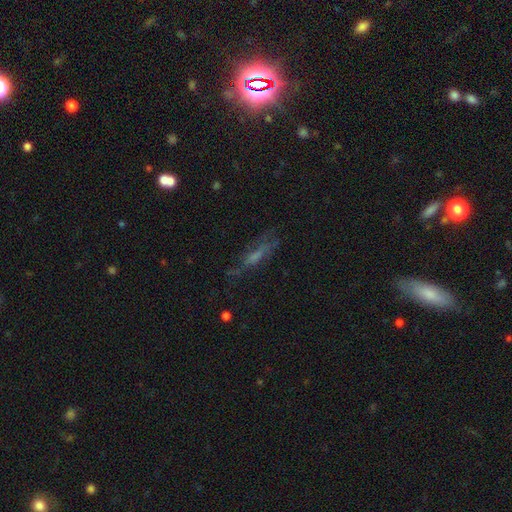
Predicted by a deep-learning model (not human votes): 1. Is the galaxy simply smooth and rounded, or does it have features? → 42% featured or disk, 37% smooth, 21% star or artifact.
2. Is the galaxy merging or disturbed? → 56% none, 22% minor disturbance, 20% major disturbance, 3% merger.